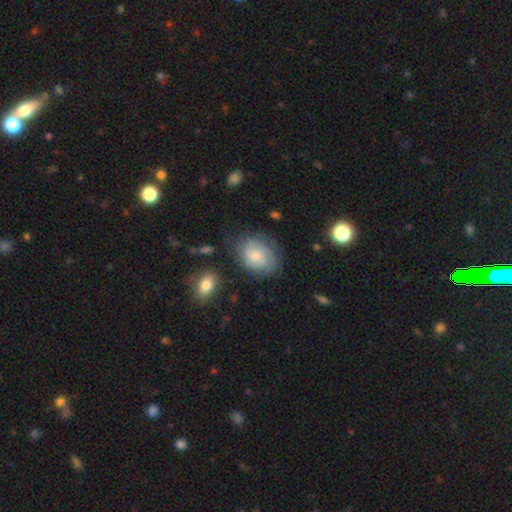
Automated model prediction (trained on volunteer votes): This appears to be a smooth galaxy with no disk features (47%). Merging: none (68%).